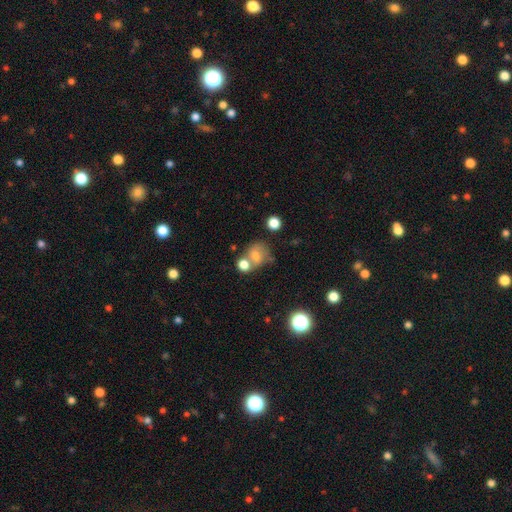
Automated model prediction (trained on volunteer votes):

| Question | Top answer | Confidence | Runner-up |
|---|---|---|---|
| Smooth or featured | smooth | 66% | featured or disk (19%) |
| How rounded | round | 62% | in between (37%) |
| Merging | none | 40% | merger (35%) |